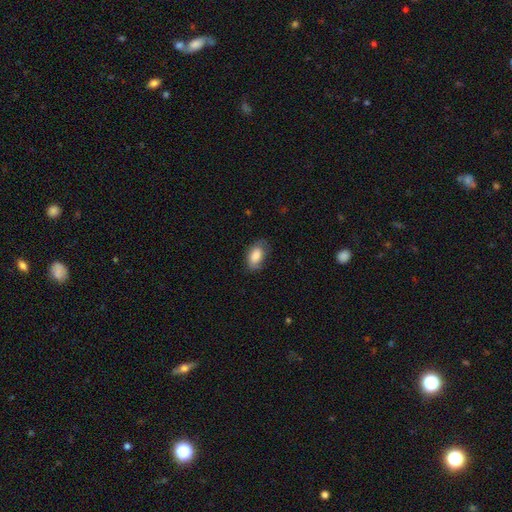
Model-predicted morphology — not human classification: smooth 82%, featured or disk 12%, star or artifact 7%. Down the decision tree: how rounded — in between (92%); merging — none (73%).